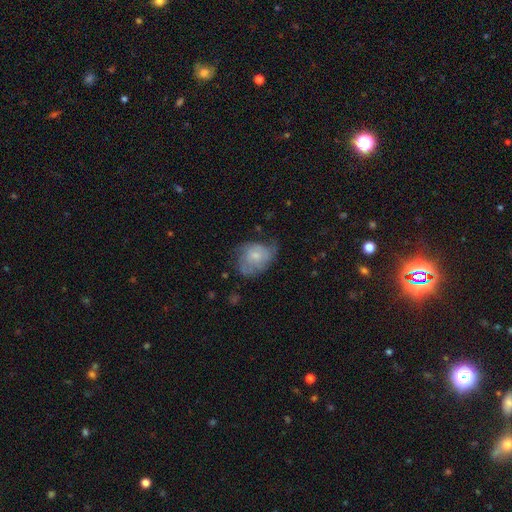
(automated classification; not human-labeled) Smooth or featured?
  - featured or disk: 48% *
  - smooth: 44%
  - star or artifact: 7%
Merging?
  - none: 42% *
  - minor disturbance: 35%
  - major disturbance: 21%
  - merger: 2%